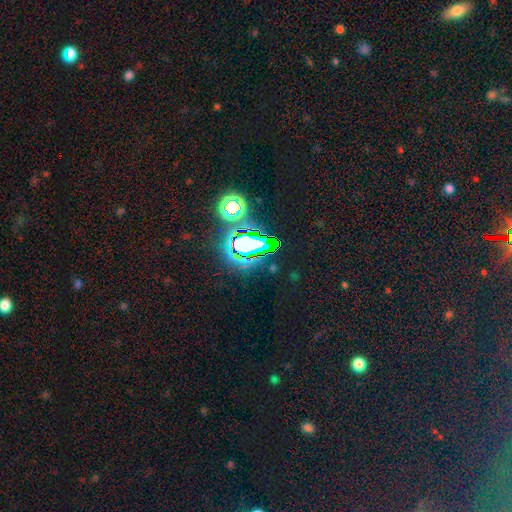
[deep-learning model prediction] This appears to be a star or artifact, not a galaxy (78%).